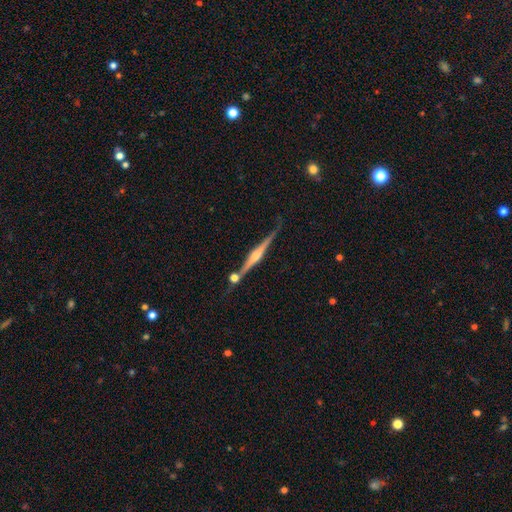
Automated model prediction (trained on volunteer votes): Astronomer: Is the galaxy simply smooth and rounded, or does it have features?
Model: featured or disk — 85%.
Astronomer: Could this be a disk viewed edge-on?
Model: yes — 98%.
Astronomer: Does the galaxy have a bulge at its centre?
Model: rounded — 87%.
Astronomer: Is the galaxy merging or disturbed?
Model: none — 78%.